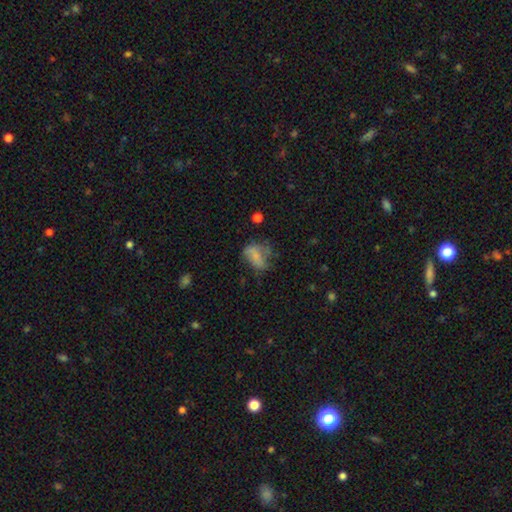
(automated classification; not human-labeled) A smooth galaxy with no disk features (61%) that is in between round and cigar-shaped (78%). Merging: none (34%).